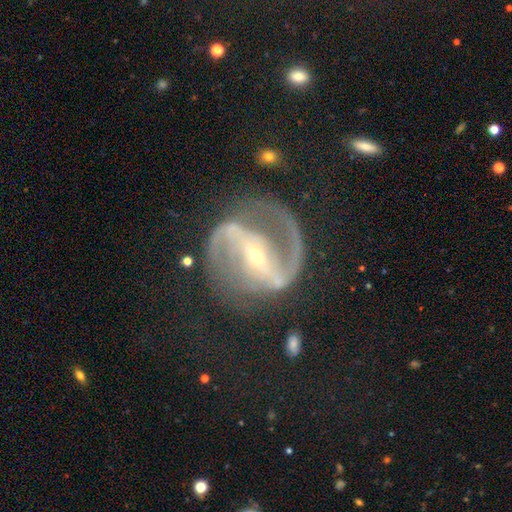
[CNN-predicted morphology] Q: Smooth or featured?
A: featured or disk (90%); runner-up: star or artifact (6%)
Q: Edge-on disk?
A: no (97%); runner-up: yes (3%)
Q: Bar?
A: strong (69%); runner-up: weak (20%)
Q: Spiral arms?
A: yes (96%); runner-up: no (4%)
Q: Spiral winding?
A: medium (56%); runner-up: tight (25%)
Q: Spiral arm count?
A: 2 (92%); runner-up: 1 (2%)
Q: Bulge size?
A: small (76%); runner-up: moderate (21%)
Q: Merging?
A: none (70%); runner-up: minor disturbance (15%)